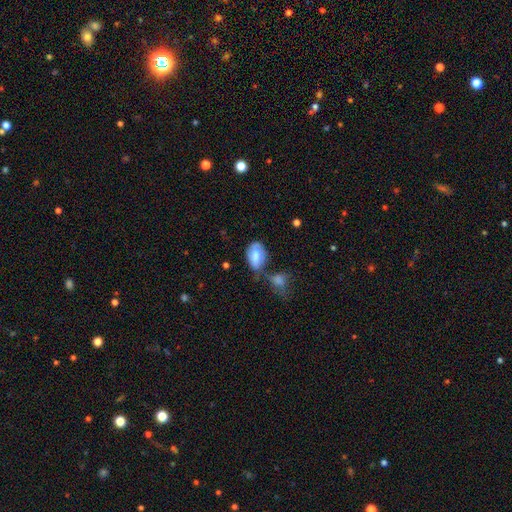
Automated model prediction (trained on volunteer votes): This appears to be a smooth galaxy with no disk features (61%) that is in between round and cigar-shaped (89%). Merging: none (33%).